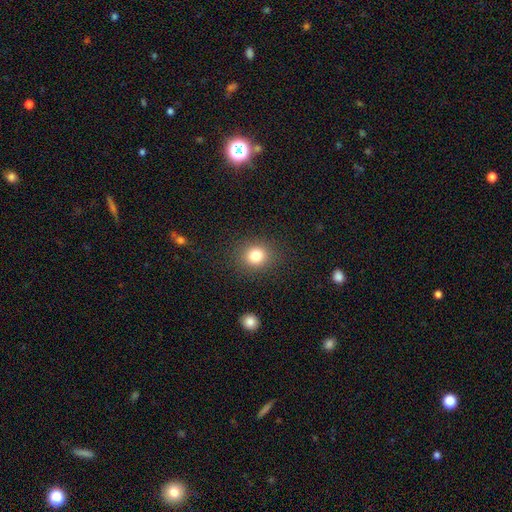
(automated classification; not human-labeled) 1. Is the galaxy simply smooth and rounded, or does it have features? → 81% smooth, 12% star or artifact, 7% featured or disk.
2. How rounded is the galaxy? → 79% round, 21% in between, 1% cigar-shaped.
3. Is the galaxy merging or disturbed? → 88% none, 8% minor disturbance, 3% major disturbance, 1% merger.